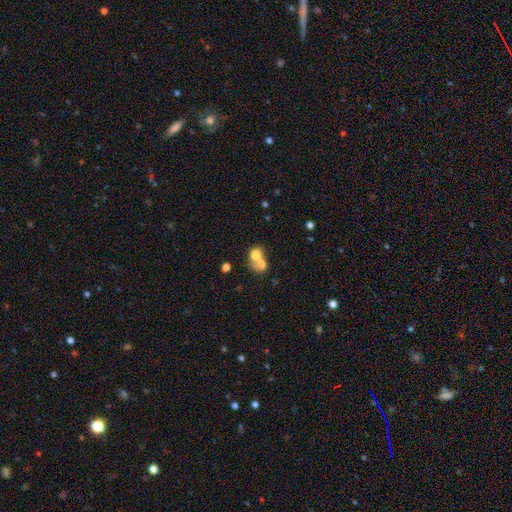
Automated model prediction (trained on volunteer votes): The model was most divided on "how rounded": round: 53%, in between: 46%, cigar-shaped: 1%. More confident: merging — merger (72%); smooth or featured — smooth (71%).